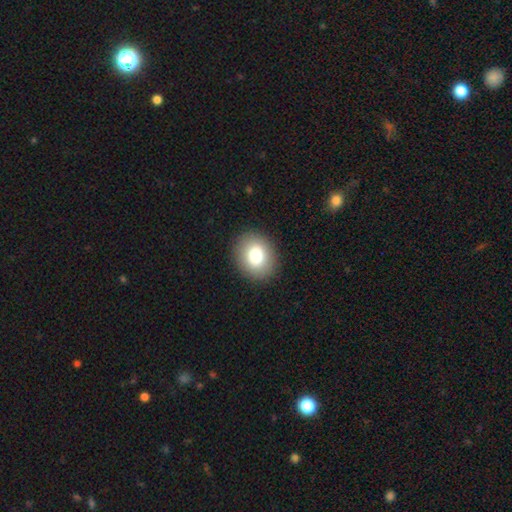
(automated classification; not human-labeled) Smooth or featured? smooth (80%)
How rounded? round (55%)
Merging? none (90%)